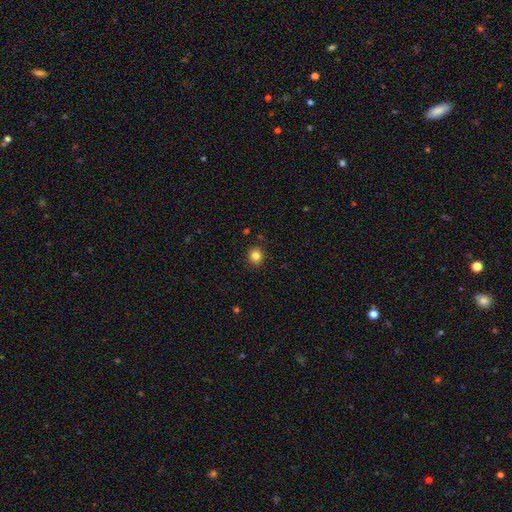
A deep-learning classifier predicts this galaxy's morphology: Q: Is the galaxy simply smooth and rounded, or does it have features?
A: smooth — 83%.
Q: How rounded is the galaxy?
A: round — 87%.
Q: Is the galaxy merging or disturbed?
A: none — 90%.